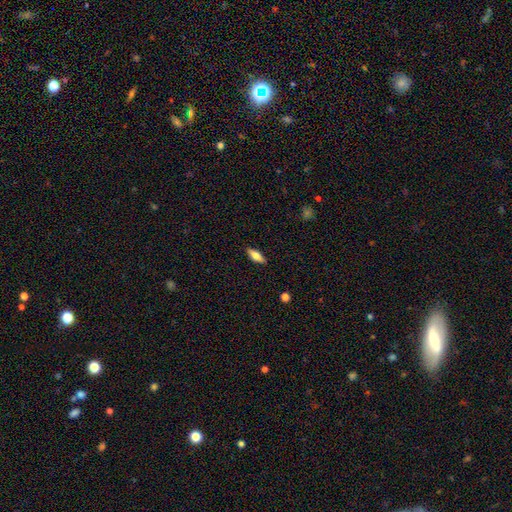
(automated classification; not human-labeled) This appears to be a smooth galaxy with no disk features (66%) that is in between round and cigar-shaped (69%). Merging: none (88%).